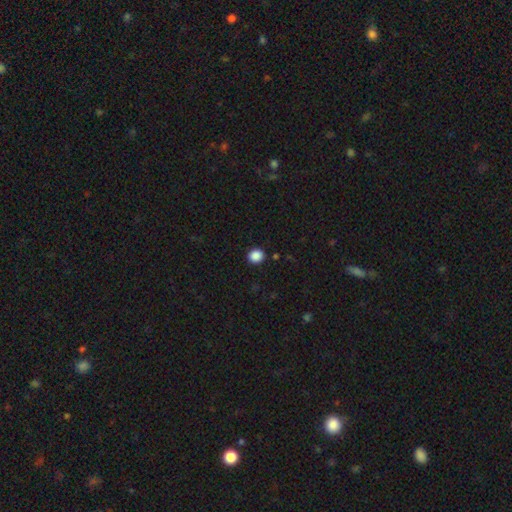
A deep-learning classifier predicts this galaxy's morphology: Smooth or featured? Predicted: smooth (p=0.88). How rounded? Predicted: round (p=0.82). Merging? Predicted: none (p=0.91).